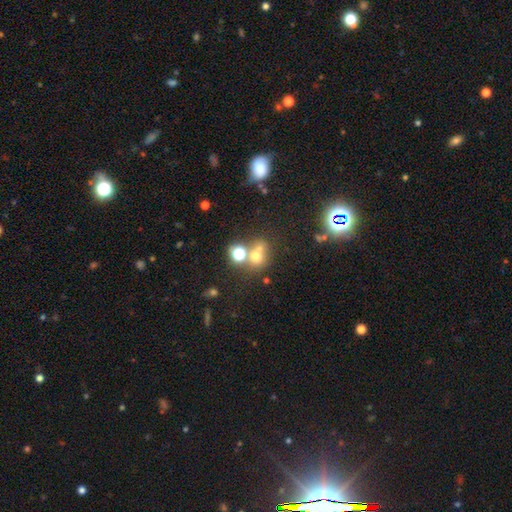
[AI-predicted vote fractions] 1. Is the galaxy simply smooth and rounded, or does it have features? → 62% smooth, 24% star or artifact, 14% featured or disk.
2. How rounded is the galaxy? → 75% round, 23% in between, 1% cigar-shaped.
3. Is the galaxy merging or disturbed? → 48% none, 37% merger, 10% minor disturbance, 6% major disturbance.